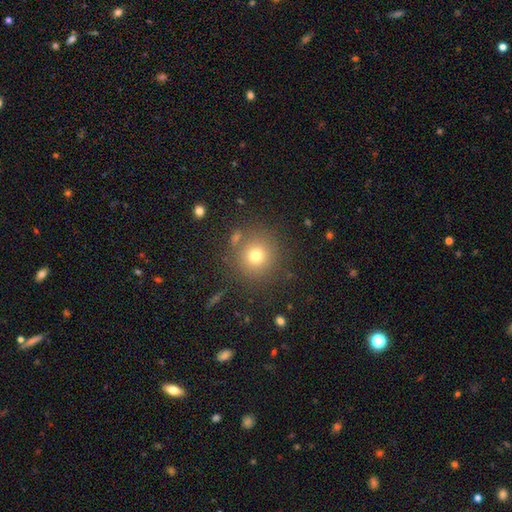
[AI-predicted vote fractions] This is likely a smooth galaxy (73%). How rounded: clearly round (93%). Merging: clearly none (82%).